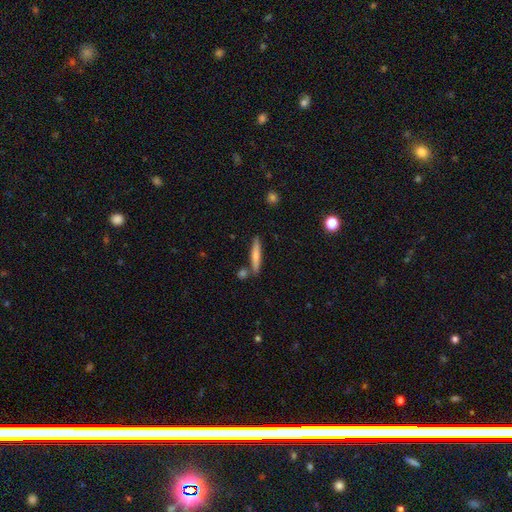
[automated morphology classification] Smooth or featured? smooth (65%)
How rounded? cigar-shaped (92%)
Merging? none (80%)